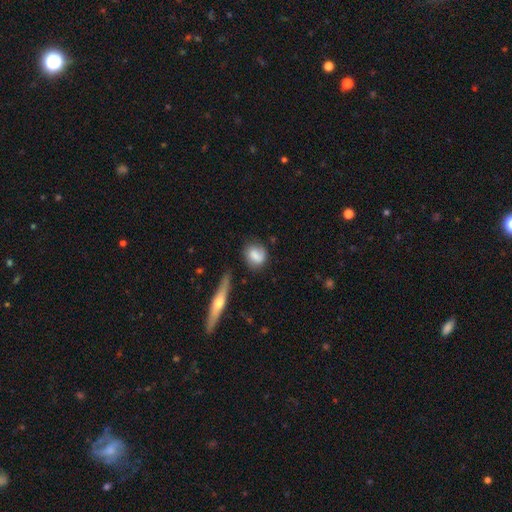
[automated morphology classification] smooth 71%, featured or disk 22%, star or artifact 8%. Down the decision tree: how rounded — round (63%); merging — none (64%).